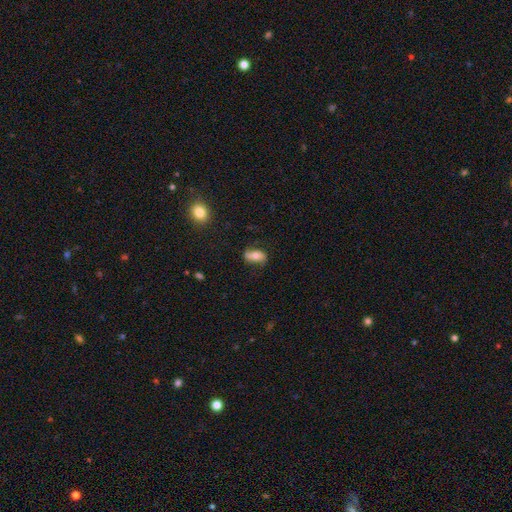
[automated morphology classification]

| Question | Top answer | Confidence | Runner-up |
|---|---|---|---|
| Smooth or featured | smooth | 50% | featured or disk (42%) |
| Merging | none | 70% | minor disturbance (21%) |